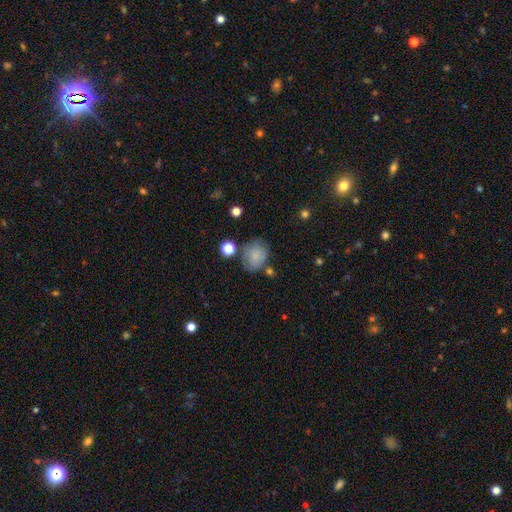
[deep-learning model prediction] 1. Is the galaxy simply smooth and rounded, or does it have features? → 78% smooth, 13% featured or disk, 10% star or artifact.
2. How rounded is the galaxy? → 57% round, 42% in between, 1% cigar-shaped.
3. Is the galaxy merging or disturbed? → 58% none, 24% minor disturbance, 10% major disturbance, 8% merger.